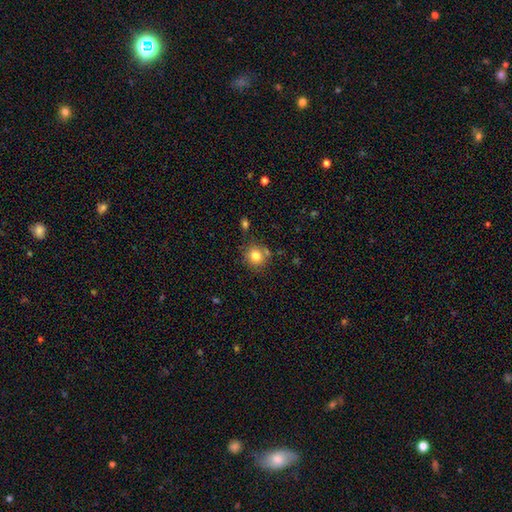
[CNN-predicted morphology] The model was most divided on "merging": none: 76%, minor disturbance: 12%, merger: 8%, major disturbance: 3%. More confident: how rounded — round (87%); smooth or featured — smooth (80%).